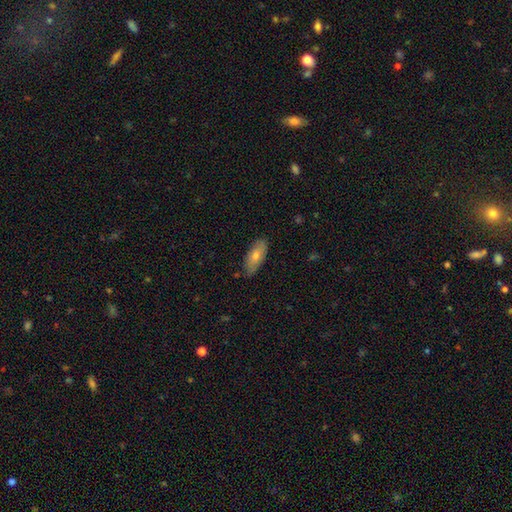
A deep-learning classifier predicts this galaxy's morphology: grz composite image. It shows a smooth galaxy with no disk features (66%) that is in between round and cigar-shaped (75%). Merging: none (83%).